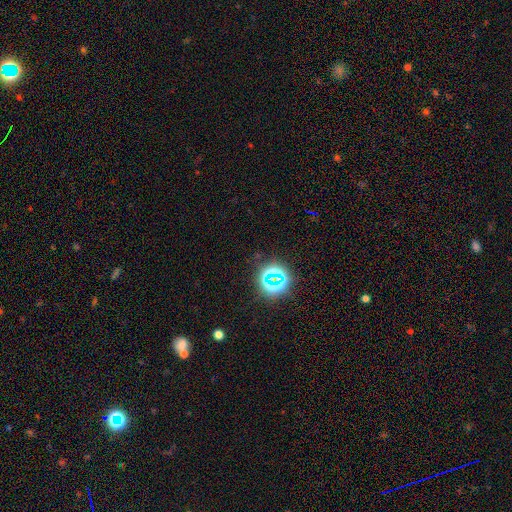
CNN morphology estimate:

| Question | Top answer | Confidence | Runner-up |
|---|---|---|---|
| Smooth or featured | star or artifact | 72% | smooth (20%) |